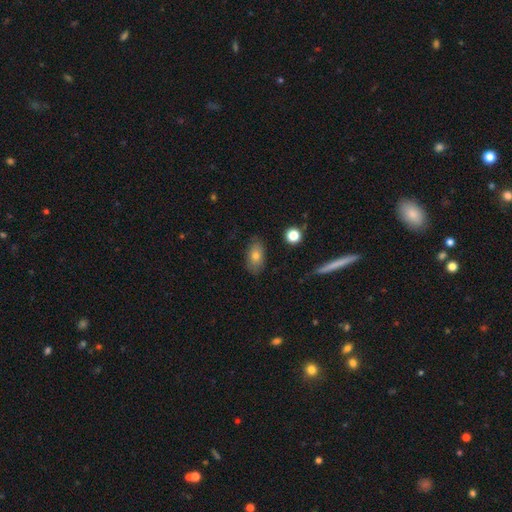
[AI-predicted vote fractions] smooth-or-featured: smooth: 74% | featured or disk: 18% | star or artifact: 9%
  how-rounded: in between: 88% | round: 9% | cigar-shaped: 3%
  merging: none: 79% | minor disturbance: 16% | major disturbance: 4% | merger: 2%